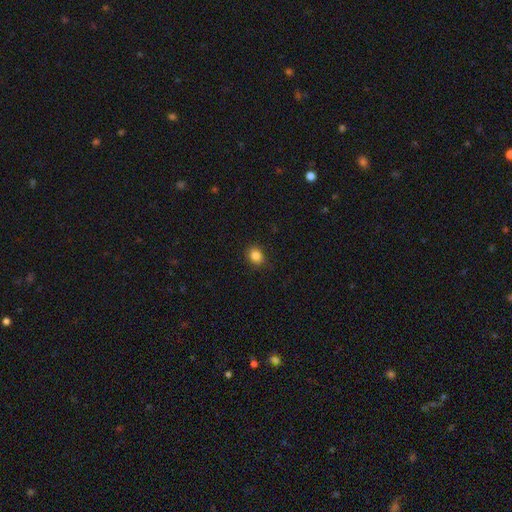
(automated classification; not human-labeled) smooth-or-featured: smooth: 85% | star or artifact: 11% | featured or disk: 4%
  how-rounded: round: 64% | in between: 35% | cigar-shaped: 1%
  merging: none: 88% | minor disturbance: 9% | major disturbance: 2% | merger: 1%